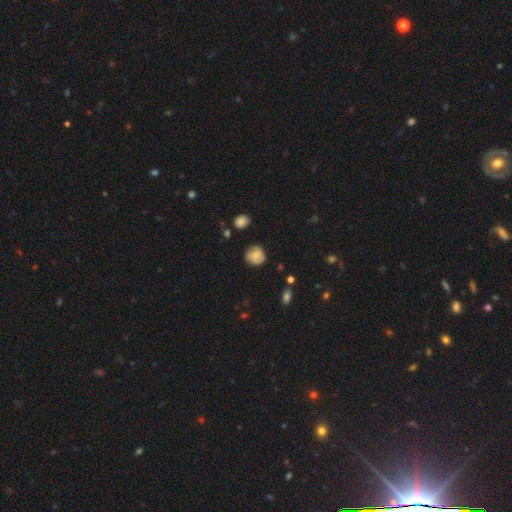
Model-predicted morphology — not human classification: smooth 77%, featured or disk 14%, star or artifact 9%. Down the decision tree: how rounded — round (83%); merging — none (74%).